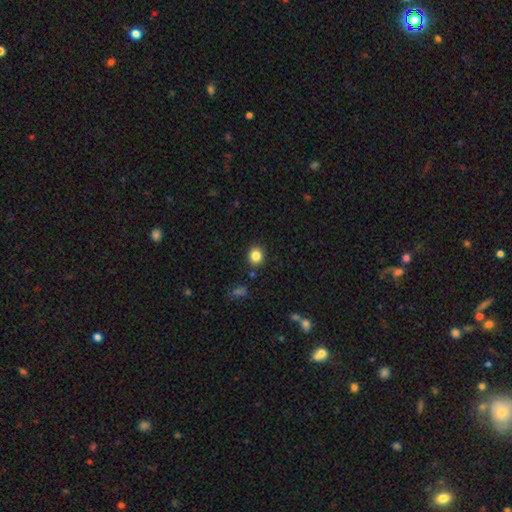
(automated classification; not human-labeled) Smooth or featured? Predicted: smooth (p=0.84). How rounded? Predicted: round (p=0.73). Merging? Predicted: none (p=0.88).